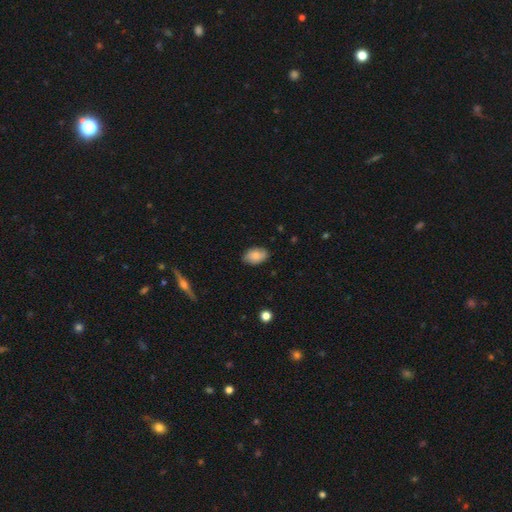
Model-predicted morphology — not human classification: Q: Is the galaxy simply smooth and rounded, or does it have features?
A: smooth — 80%.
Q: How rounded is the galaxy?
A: in between — 91%.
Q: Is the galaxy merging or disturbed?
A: none — 83%.